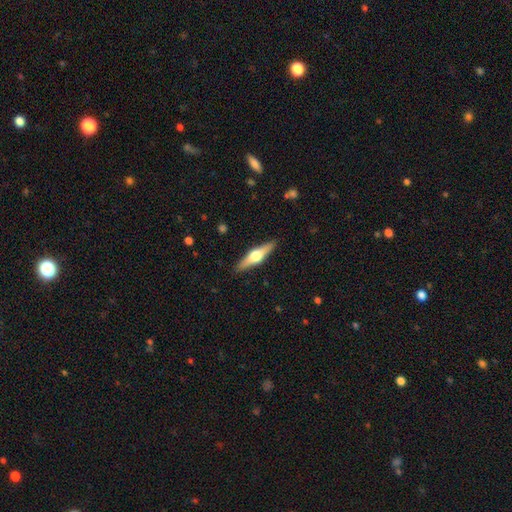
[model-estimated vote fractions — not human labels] The model was most divided on "smooth or featured": featured or disk: 65%, smooth: 30%, star or artifact: 5%. More confident: edge-on disk — yes (97%); edge-on bulge — rounded (95%); merging — none (90%).